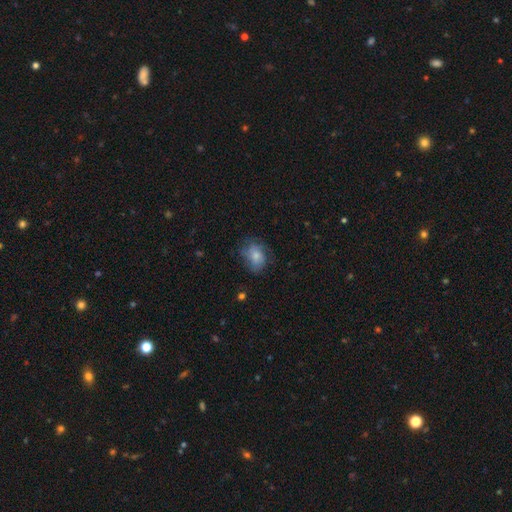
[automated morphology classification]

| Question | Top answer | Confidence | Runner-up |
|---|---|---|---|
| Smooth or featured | smooth | 65% | featured or disk (26%) |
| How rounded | in between | 61% | round (38%) |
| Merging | none | 57% | minor disturbance (27%) |